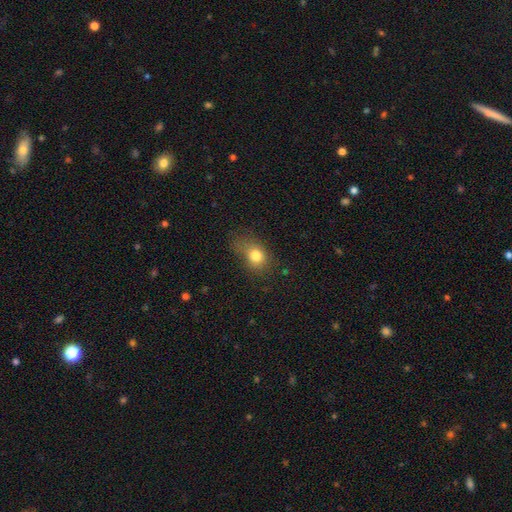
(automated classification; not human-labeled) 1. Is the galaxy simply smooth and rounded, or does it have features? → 78% smooth, 12% star or artifact, 11% featured or disk.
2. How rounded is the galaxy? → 60% in between, 38% round, 2% cigar-shaped.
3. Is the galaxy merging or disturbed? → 56% none, 27% minor disturbance, 15% major disturbance, 2% merger.